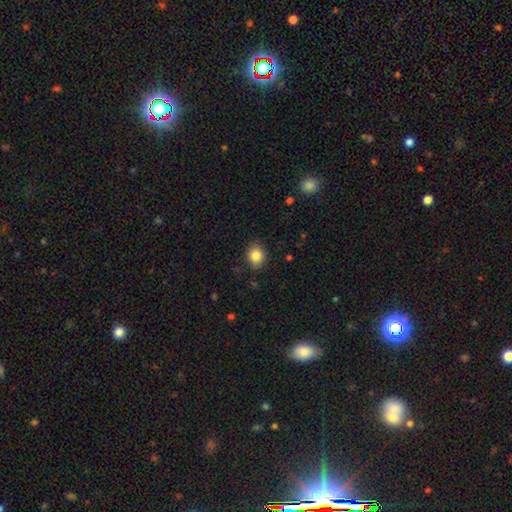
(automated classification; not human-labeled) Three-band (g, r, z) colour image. It shows a smooth galaxy with no disk features (84%) that is round (60%). Merging: none (86%).